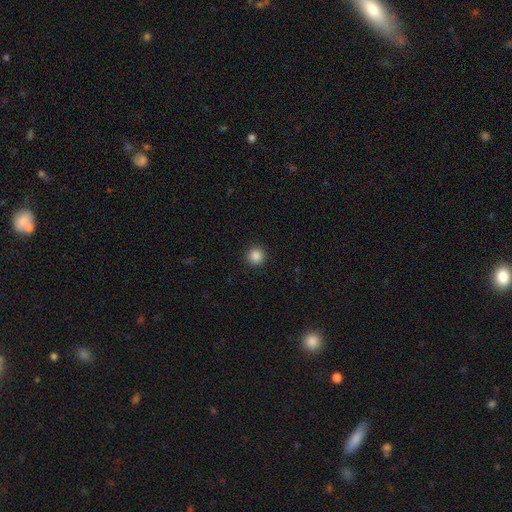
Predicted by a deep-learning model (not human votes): Smooth or featured?
  - smooth: 87% *
  - star or artifact: 10%
  - featured or disk: 3%
How rounded?
  - round: 95% *
  - in between: 4%
  - cigar-shaped: 1%
Merging?
  - none: 93% *
  - minor disturbance: 4%
  - major disturbance: 2%
  - merger: 1%